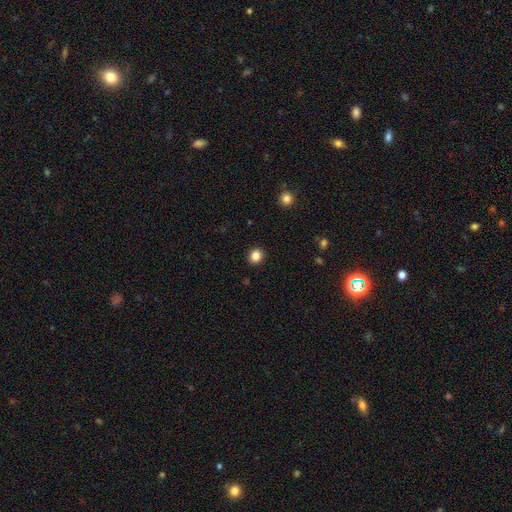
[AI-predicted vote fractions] Smooth or featured? smooth (85%)
How rounded? round (80%)
Merging? none (92%)